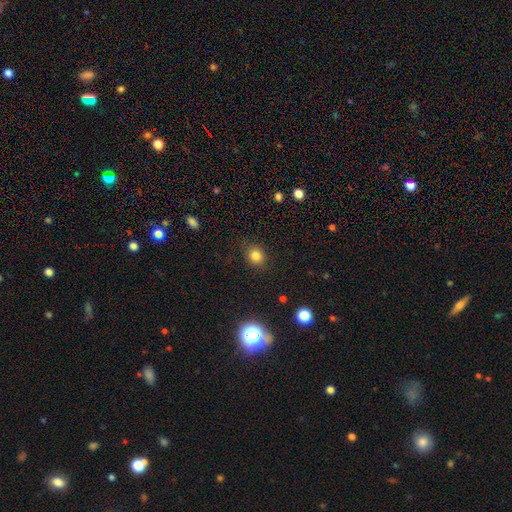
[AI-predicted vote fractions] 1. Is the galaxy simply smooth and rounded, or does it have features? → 80% smooth, 14% star or artifact, 6% featured or disk.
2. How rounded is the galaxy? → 76% round, 23% in between, 1% cigar-shaped.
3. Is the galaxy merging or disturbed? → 88% none, 8% minor disturbance, 3% major disturbance, 1% merger.